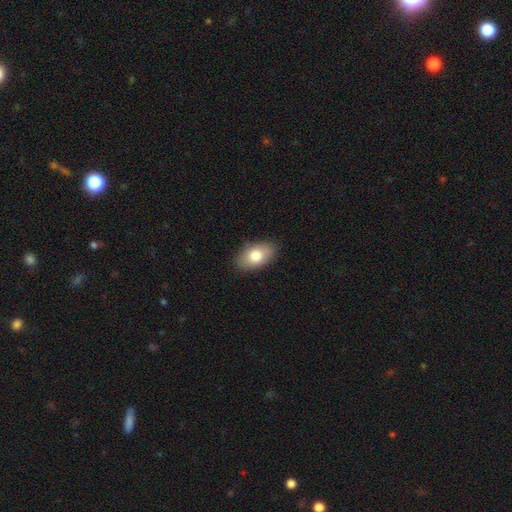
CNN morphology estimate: Smooth or featured?
  - smooth: 78% *
  - featured or disk: 15%
  - star or artifact: 7%
How rounded?
  - in between: 91% *
  - round: 7%
  - cigar-shaped: 2%
Merging?
  - none: 86% *
  - minor disturbance: 11%
  - major disturbance: 2%
  - merger: 1%